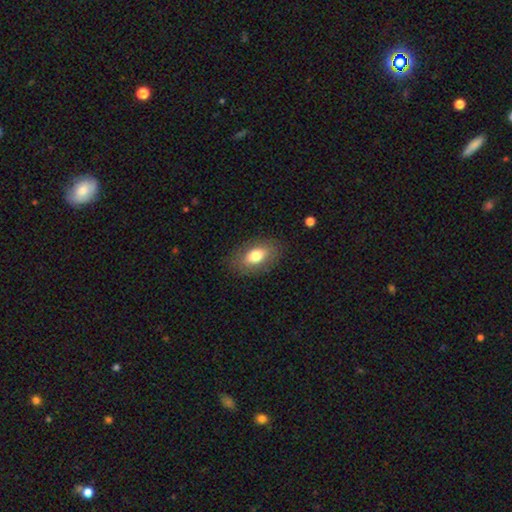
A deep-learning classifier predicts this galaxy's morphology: Smooth or featured? smooth (75%)
How rounded? in between (89%)
Merging? none (84%)